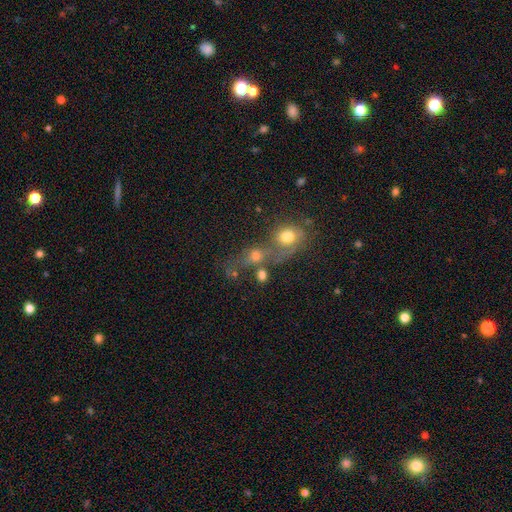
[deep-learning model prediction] This appears to be a smooth galaxy with no disk features (53%) that is round (64%). Merging: merger (58%).